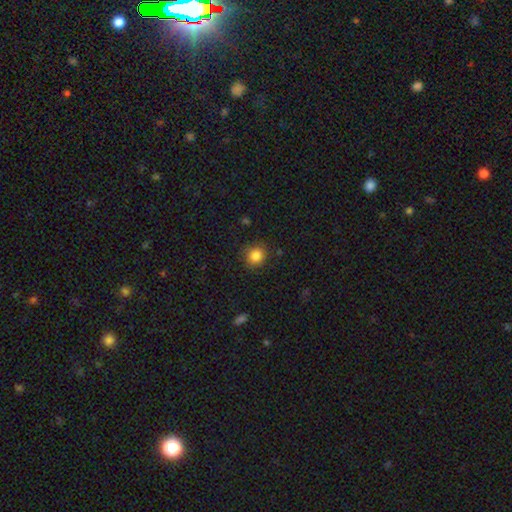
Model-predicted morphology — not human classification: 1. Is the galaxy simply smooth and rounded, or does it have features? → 85% smooth, 10% star or artifact, 5% featured or disk.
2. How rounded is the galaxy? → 84% round, 15% in between, 1% cigar-shaped.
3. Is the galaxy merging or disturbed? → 83% none, 12% minor disturbance, 3% major disturbance, 1% merger.